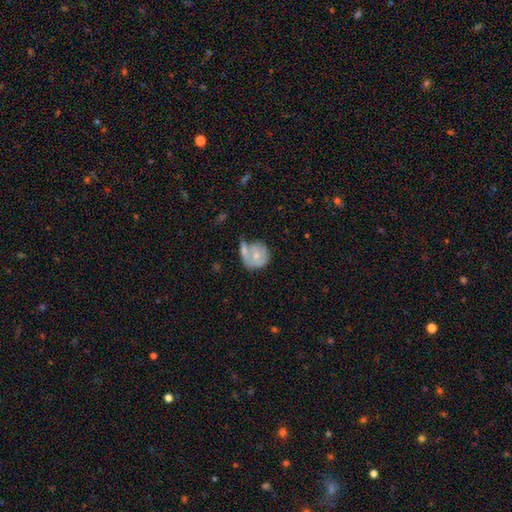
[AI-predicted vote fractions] A smooth galaxy with no disk features (52%) that is round (79%). Merging: none (38%).